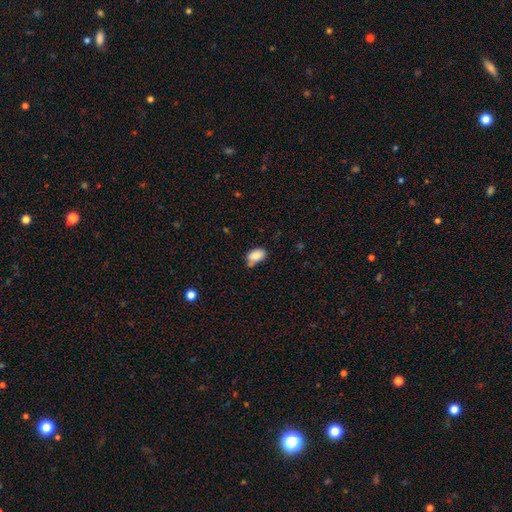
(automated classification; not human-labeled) Smooth or featured? smooth (85%)
How rounded? in between (88%)
Merging? none (53%)